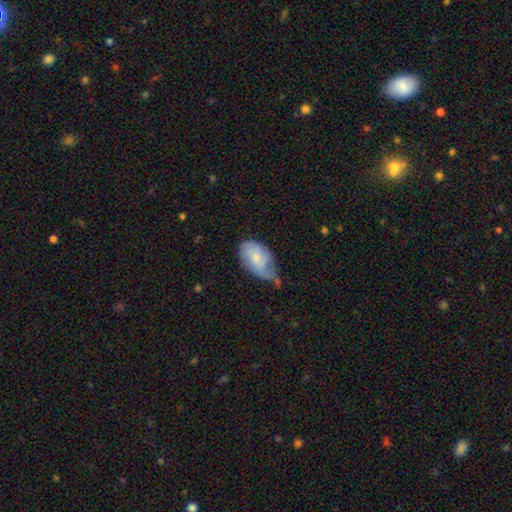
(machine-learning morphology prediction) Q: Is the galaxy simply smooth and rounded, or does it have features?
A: smooth — 56%.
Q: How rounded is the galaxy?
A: in between — 91%.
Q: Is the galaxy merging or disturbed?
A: minor disturbance — 47%.